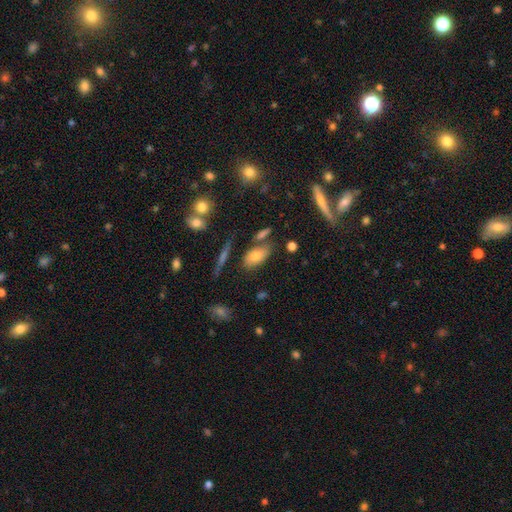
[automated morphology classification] type=smooth (75%); roundness=in between (89%); merging=none (67%).